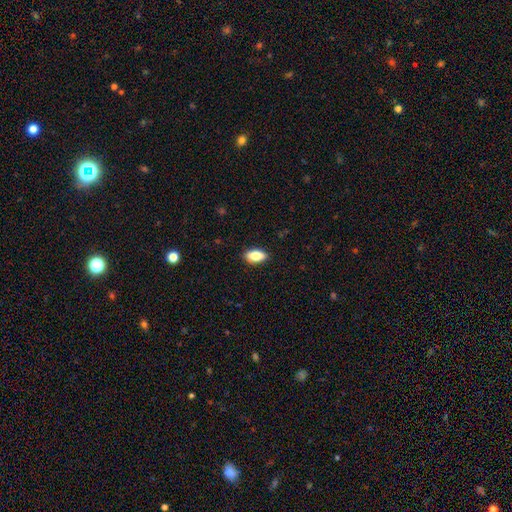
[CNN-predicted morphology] smooth_or_featured: smooth (p=0.82) [alt: featured or disk p=0.11]
how_rounded: in between (p=0.90) [alt: cigar-shaped p=0.06]
merging: none (p=0.89) [alt: minor disturbance p=0.08]